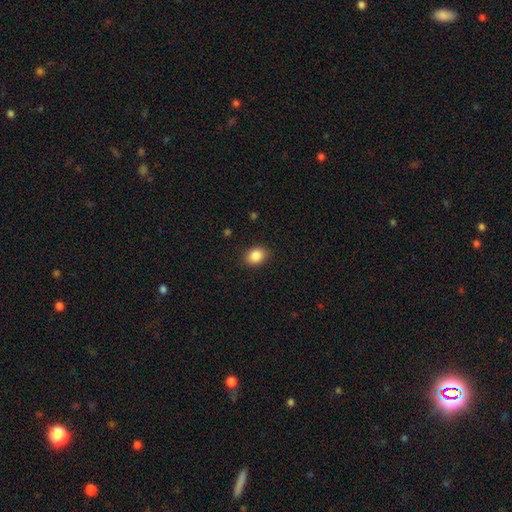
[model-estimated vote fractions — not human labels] Overall: smooth (87%). How rounded: in between (55%; round 44%). Merging: none (88%).